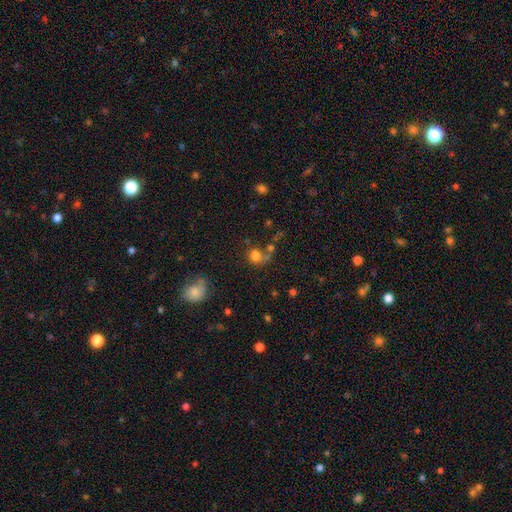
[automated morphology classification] Smooth or featured? smooth (72%)
How rounded? round (73%)
Merging? none (40%)